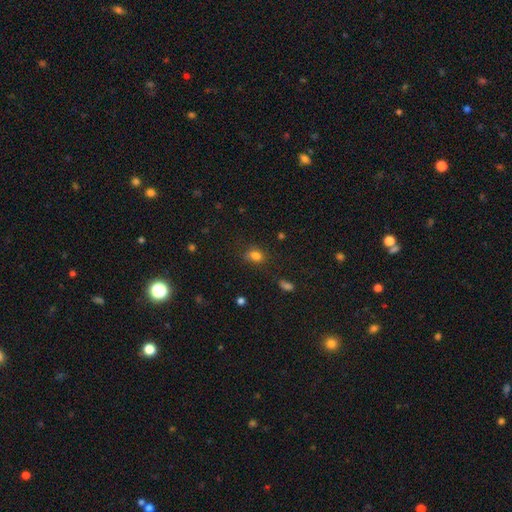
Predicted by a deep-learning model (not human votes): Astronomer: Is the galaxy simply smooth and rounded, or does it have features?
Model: smooth — 78%.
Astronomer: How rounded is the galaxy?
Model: in between — 62%.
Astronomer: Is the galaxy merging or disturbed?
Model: none — 60%.